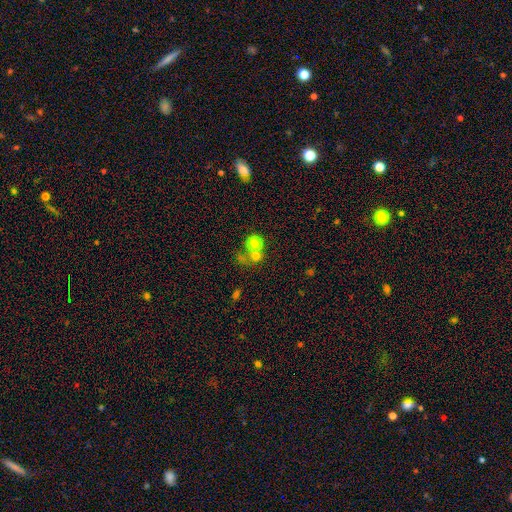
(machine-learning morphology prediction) Smooth or featured? Predicted: smooth (p=0.68). How rounded? Predicted: round (p=0.86). Merging? Predicted: none (p=0.44).